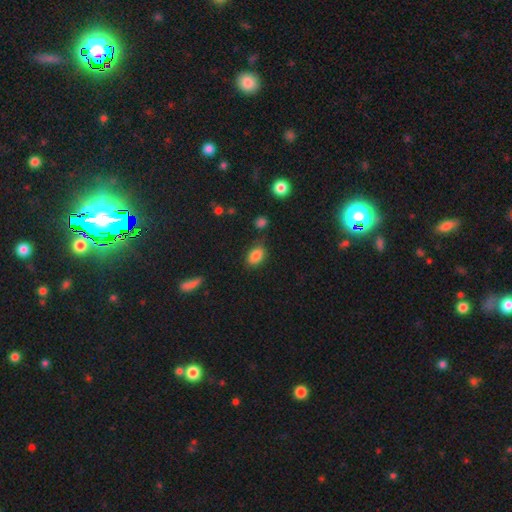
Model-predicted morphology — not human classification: smooth_or_featured: smooth (p=0.85) [alt: star or artifact p=0.09]
how_rounded: in between (p=0.87) [alt: round p=0.10]
merging: none (p=0.76) [alt: minor disturbance p=0.17]